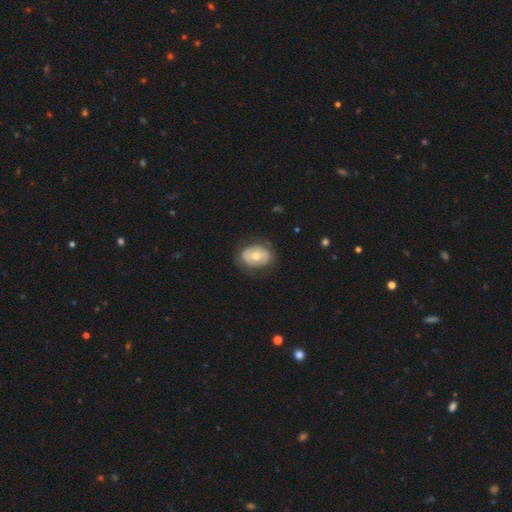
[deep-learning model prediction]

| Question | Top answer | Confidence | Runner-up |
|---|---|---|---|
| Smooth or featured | featured or disk | 50% | smooth (45%) |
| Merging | none | 77% | minor disturbance (16%) |